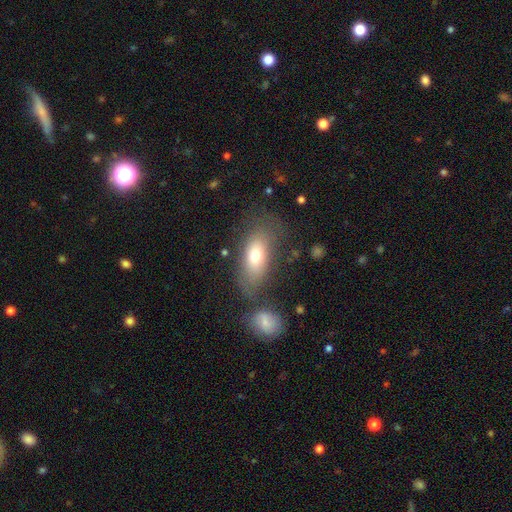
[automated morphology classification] smooth-or-featured: smooth: 69% | featured or disk: 21% | star or artifact: 9%
  how-rounded: in between: 83% | round: 9% | cigar-shaped: 8%
  merging: none: 62% | minor disturbance: 18% | major disturbance: 11% | merger: 10%